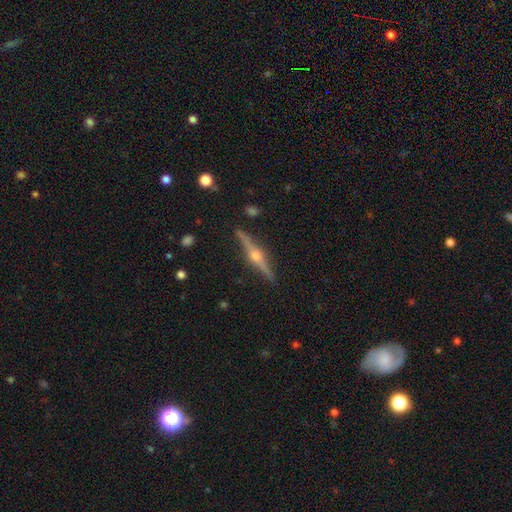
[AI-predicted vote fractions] smooth_or_featured: featured or disk (p=0.86) [alt: smooth p=0.09]
disk_edge_on: yes (p=0.98) [alt: no p=0.02]
edge_on_bulge: rounded (p=0.95) [alt: boxy p=0.03]
merging: none (p=0.91) [alt: minor disturbance p=0.07]